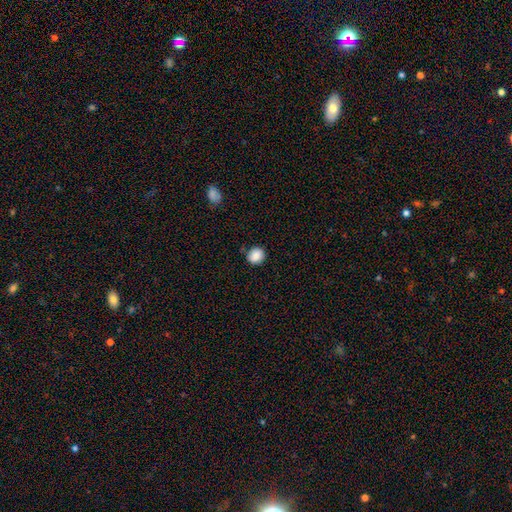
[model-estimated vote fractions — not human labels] Overall: smooth (87%). How rounded: round (77%). Merging: none (82%).